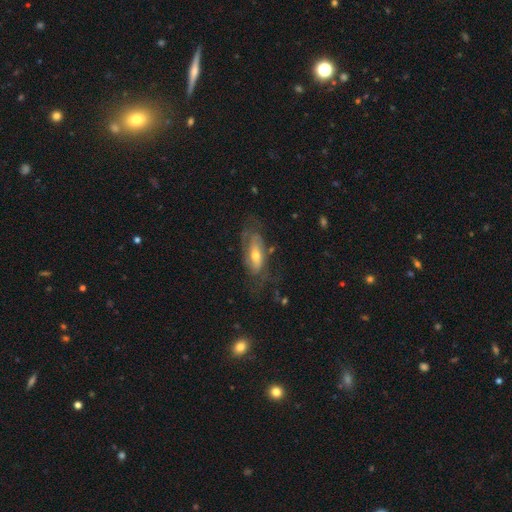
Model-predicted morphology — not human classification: Overall: featured or disk (66%; smooth 27%). Edge-on disk: no (86%). Bar: no (59%; weak 29%). Spiral arms: yes (75%). Bulge size: moderate (63%; small 29%). Merging: none (56%; minor disturbance 23%).